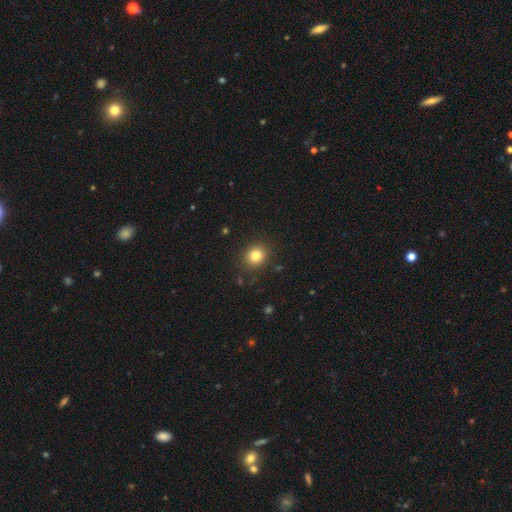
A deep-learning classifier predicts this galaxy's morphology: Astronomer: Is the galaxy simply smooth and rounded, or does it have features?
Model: smooth — 81%.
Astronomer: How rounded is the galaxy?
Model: round — 78%.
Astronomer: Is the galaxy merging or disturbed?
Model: none — 88%.